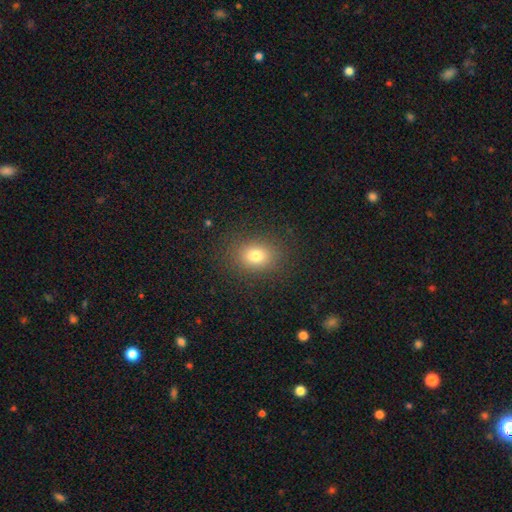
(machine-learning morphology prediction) type=smooth (78%); roundness=in between (55%); merging=none (86%).